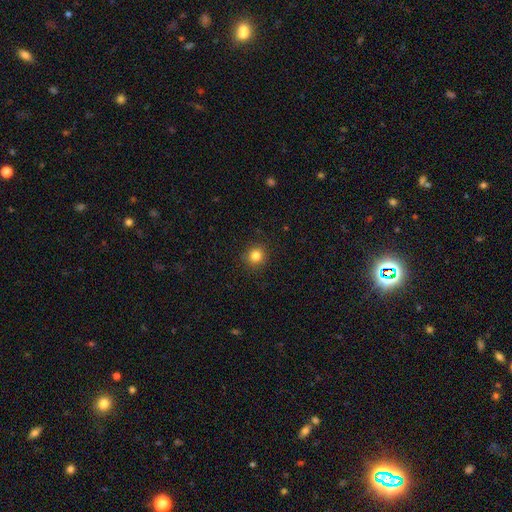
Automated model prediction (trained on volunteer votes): Smooth or featured? smooth (83%)
How rounded? round (90%)
Merging? none (90%)